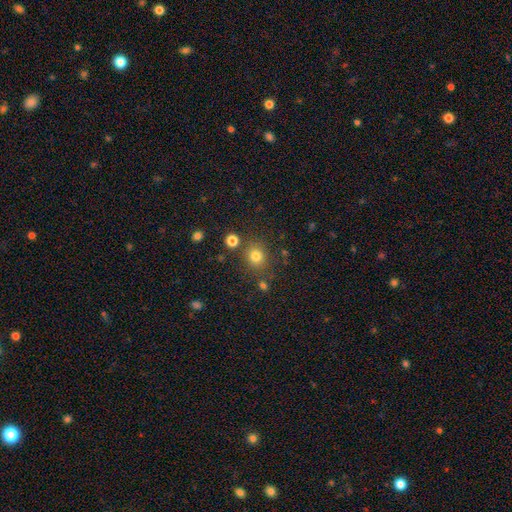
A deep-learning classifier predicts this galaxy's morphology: Smooth or featured? smooth (79%)
How rounded? round (84%)
Merging? none (80%)